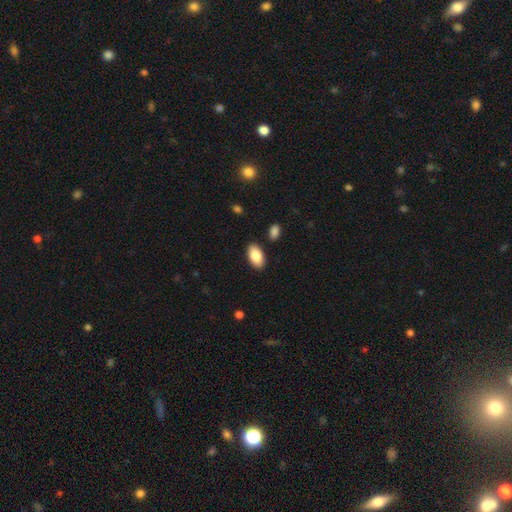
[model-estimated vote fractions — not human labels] smooth_or_featured: smooth (p=0.86) [alt: featured or disk p=0.07]
how_rounded: in between (p=0.95) [alt: round p=0.03]
merging: none (p=0.87) [alt: minor disturbance p=0.08]